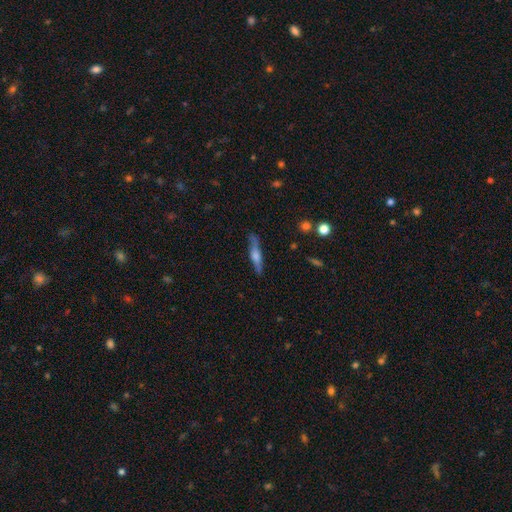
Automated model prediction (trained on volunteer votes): Smooth or featured? Predicted: featured or disk (p=0.60). Edge-on disk? Predicted: yes (p=0.96). Edge-on bulge? Predicted: rounded (p=0.74). Merging? Predicted: none (p=0.85).